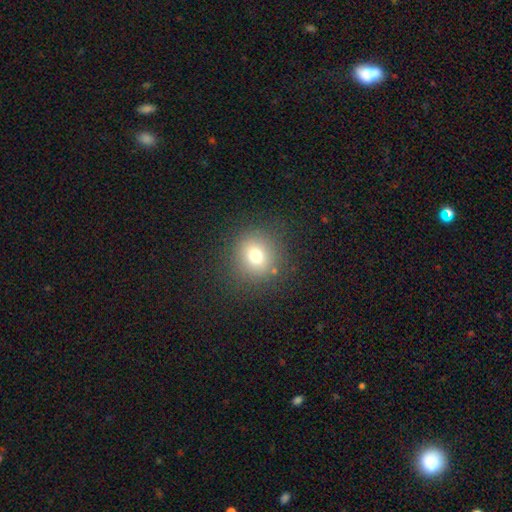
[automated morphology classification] This is likely a smooth galaxy (72%). How rounded: clearly round (88%). Merging: clearly none (86%).